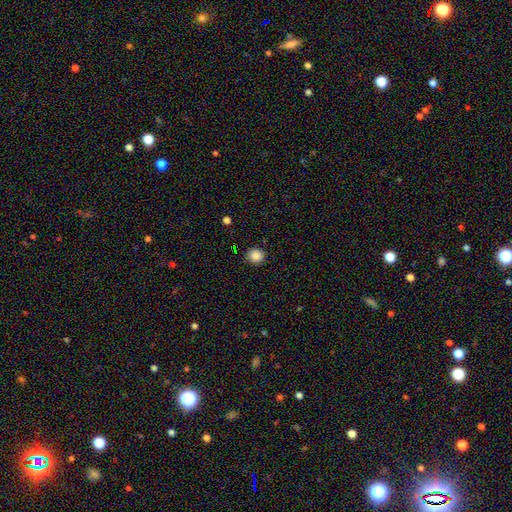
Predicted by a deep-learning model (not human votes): Morphology: type=smooth (85%); roundness=round (86%); merging=none (89%).